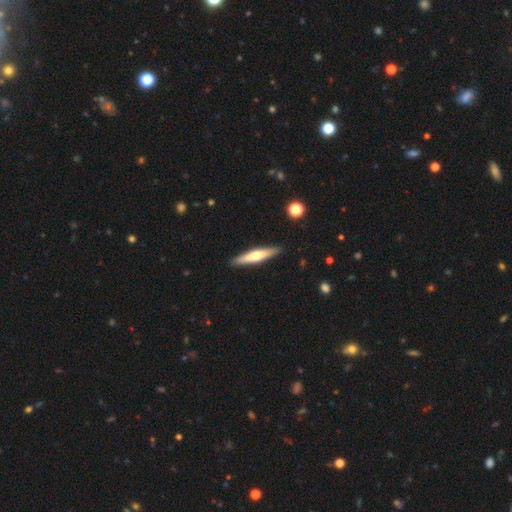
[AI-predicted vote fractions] A smooth galaxy with no disk features (53%) that is cigar-shaped (89%).

Vote fractions:
- Smooth or featured? smooth: 53% / featured or disk: 42% / star or artifact: 5%
- How rounded? cigar-shaped: 89% / in between: 10% / round: 1%
- Merging? none: 90% / minor disturbance: 8% / major disturbance: 2% / merger: 1%